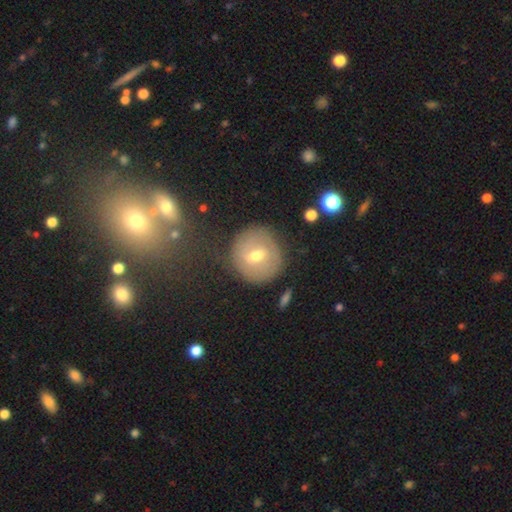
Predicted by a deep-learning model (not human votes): Smooth or featured?
  - smooth: 46% *
  - featured or disk: 44%
  - star or artifact: 10%
Merging?
  - none: 81% *
  - minor disturbance: 12%
  - major disturbance: 5%
  - merger: 3%